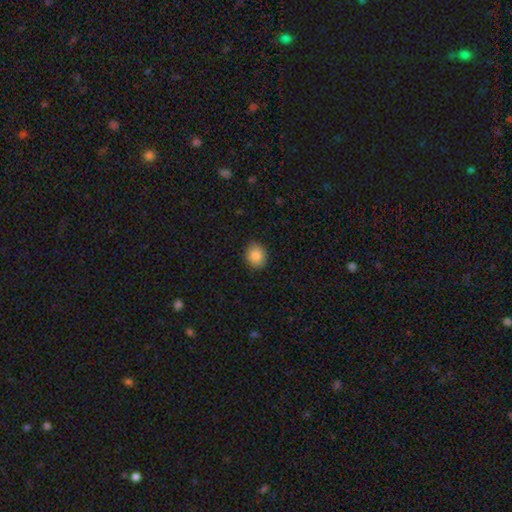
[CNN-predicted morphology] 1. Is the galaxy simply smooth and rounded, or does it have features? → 86% smooth, 9% star or artifact, 6% featured or disk.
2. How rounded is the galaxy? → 66% round, 33% in between, 1% cigar-shaped.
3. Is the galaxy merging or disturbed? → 89% none, 8% minor disturbance, 2% major disturbance, 1% merger.